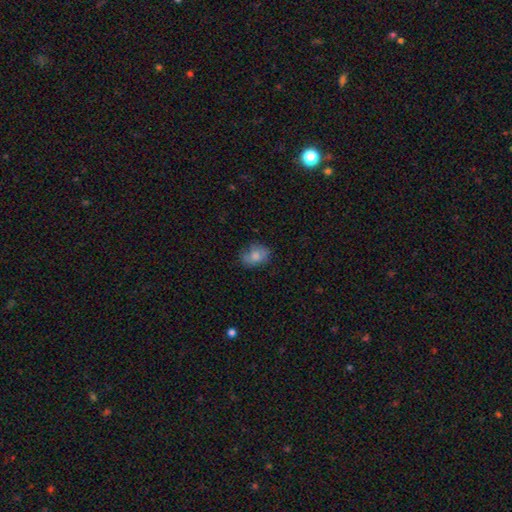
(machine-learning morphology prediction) Smooth or featured: smooth — 77% (featured or disk — 15%)
How rounded: in between — 65% (round — 34%)
Merging: none — 68% (minor disturbance — 24%)